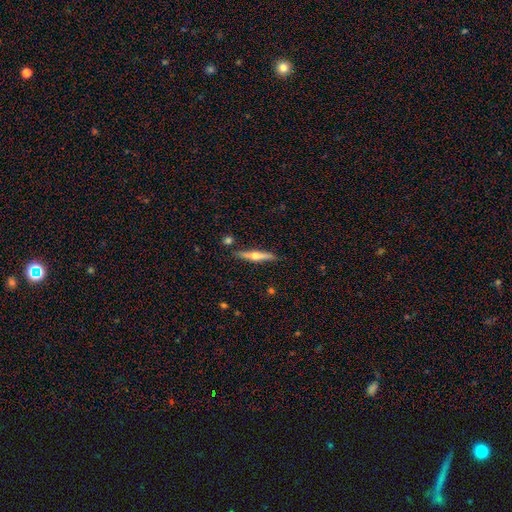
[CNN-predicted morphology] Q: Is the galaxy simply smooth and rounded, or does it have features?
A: featured or disk — 63%.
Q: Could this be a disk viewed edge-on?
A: yes — 97%.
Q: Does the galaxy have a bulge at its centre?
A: rounded — 93%.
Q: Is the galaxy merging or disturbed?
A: none — 87%.